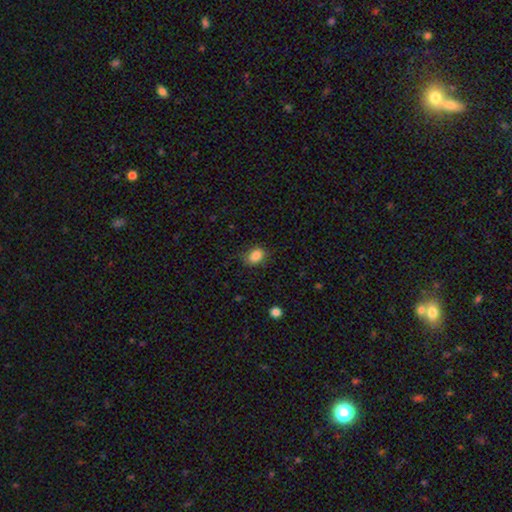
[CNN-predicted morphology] smooth 86%, star or artifact 9%, featured or disk 5%. Down the decision tree: how rounded — in between (70%); merging — none (78%).